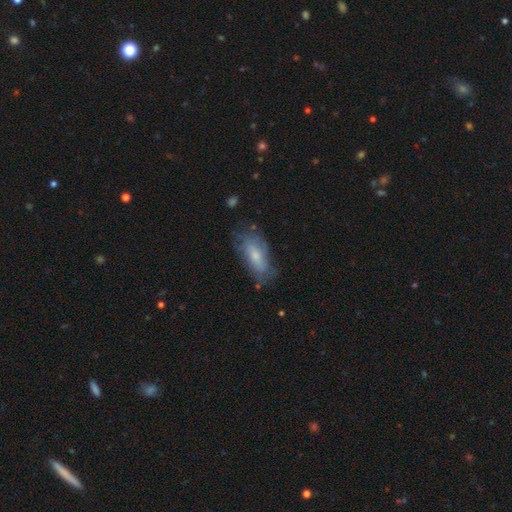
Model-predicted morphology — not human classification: Smooth or featured: smooth — 56% (featured or disk — 36%)
How rounded: in between — 83% (cigar-shaped — 14%)
Merging: none — 59% (minor disturbance — 27%)